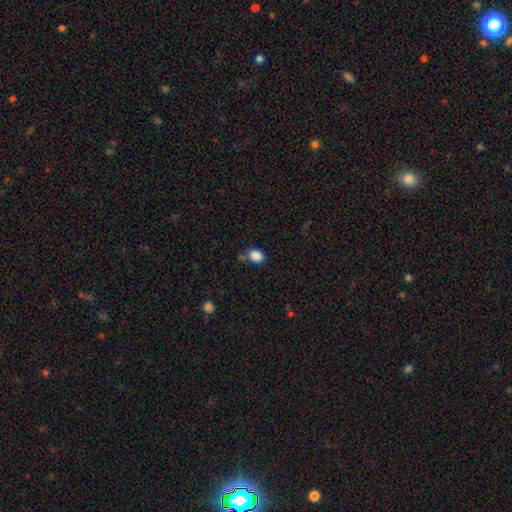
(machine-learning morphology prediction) smooth_or_featured: smooth (p=0.86) [alt: star or artifact p=0.10]
how_rounded: in between (p=0.69) [alt: round p=0.30]
merging: none (p=0.66) [alt: minor disturbance p=0.20]